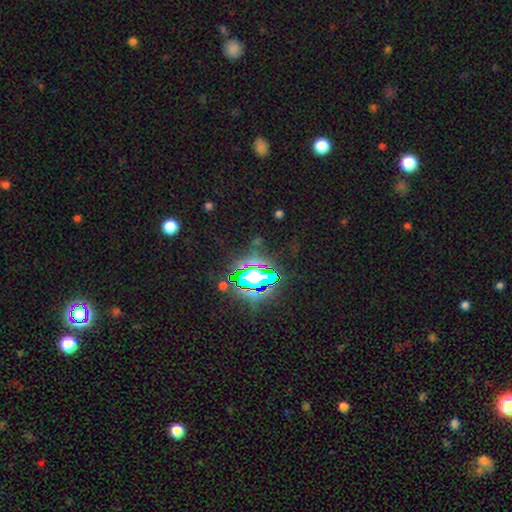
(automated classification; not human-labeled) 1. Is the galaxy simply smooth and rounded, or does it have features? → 81% star or artifact, 12% smooth, 7% featured or disk.